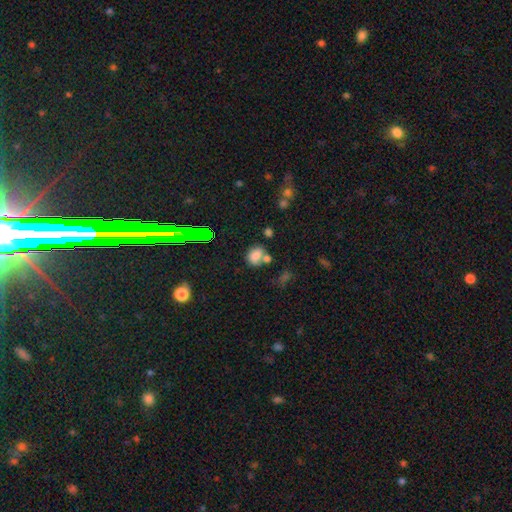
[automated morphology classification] A smooth galaxy with no disk features (75%) that is in between round and cigar-shaped (61%). Merging: none (47%).